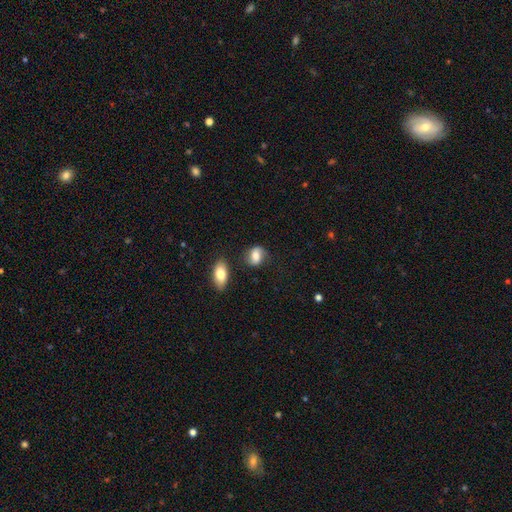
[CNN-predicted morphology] A smooth galaxy with no disk features (66%) that is in between round and cigar-shaped (70%).

Vote fractions:
- Smooth or featured? smooth: 66% / featured or disk: 26% / star or artifact: 9%
- How rounded? in between: 70% / round: 28% / cigar-shaped: 2%
- Merging? none: 65% / minor disturbance: 22% / major disturbance: 7% / merger: 6%